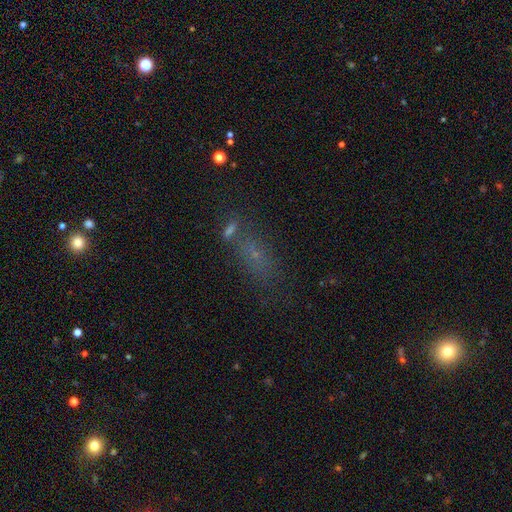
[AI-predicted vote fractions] Smooth or featured? smooth (52%)
How rounded? in between (65%)
Merging? none (45%)